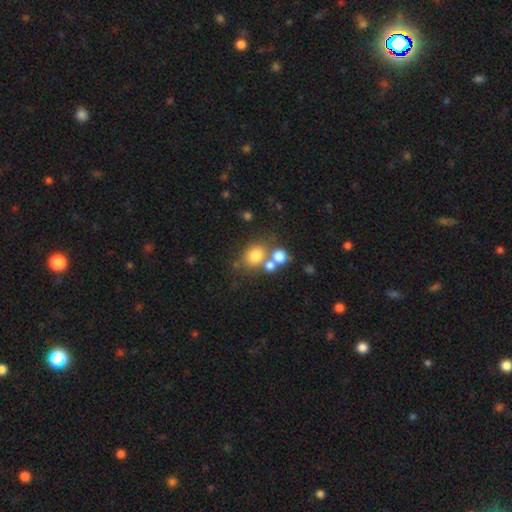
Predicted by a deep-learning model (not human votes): The model was most divided on "merging": none: 56%, merger: 29%, minor disturbance: 10%, major disturbance: 5%. More confident: smooth or featured — smooth (74%); how rounded — round (69%).